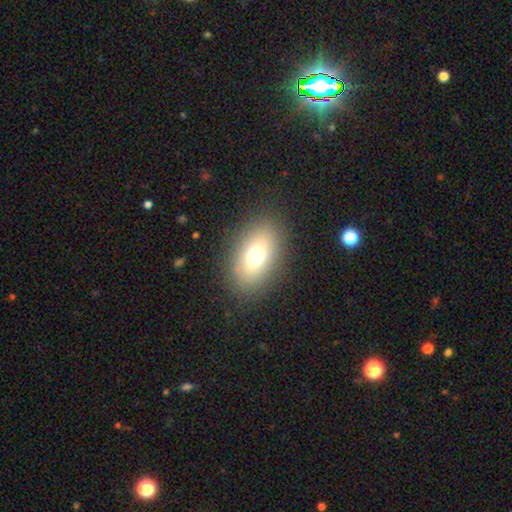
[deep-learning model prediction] This is likely a smooth galaxy (69%). How rounded: clearly in between (81%). Merging: clearly none (86%).